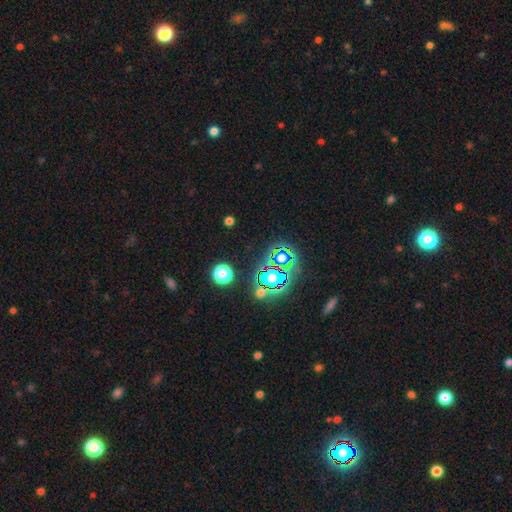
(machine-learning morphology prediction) Smooth or featured?
  - star or artifact: 78% *
  - smooth: 14%
  - featured or disk: 8%